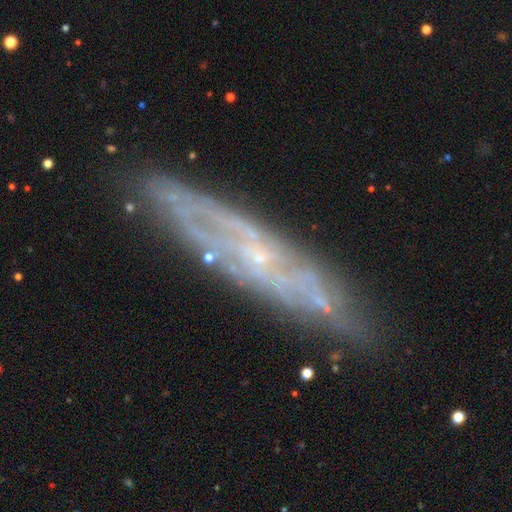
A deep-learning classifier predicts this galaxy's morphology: smooth-or-featured: featured or disk: 73% | smooth: 18% | star or artifact: 9%
  disk-edge-on: no: 51% | yes: 49%
  merging: none: 80% | minor disturbance: 14% | major disturbance: 4% | merger: 2%